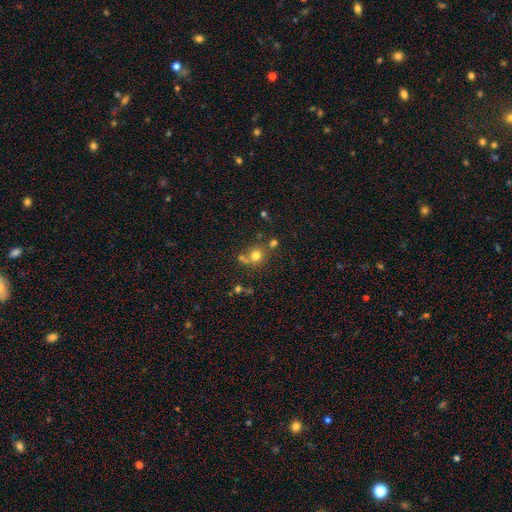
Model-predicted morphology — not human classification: Overall: smooth (72%). How rounded: round (85%). Merging: none (58%; merger 26%).